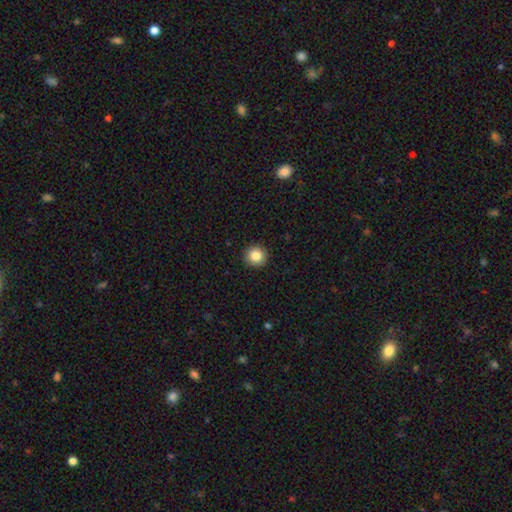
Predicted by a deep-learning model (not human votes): Q: Smooth or featured?
A: smooth (86%); runner-up: star or artifact (10%)
Q: How rounded?
A: round (95%); runner-up: in between (4%)
Q: Merging?
A: none (93%); runner-up: minor disturbance (5%)